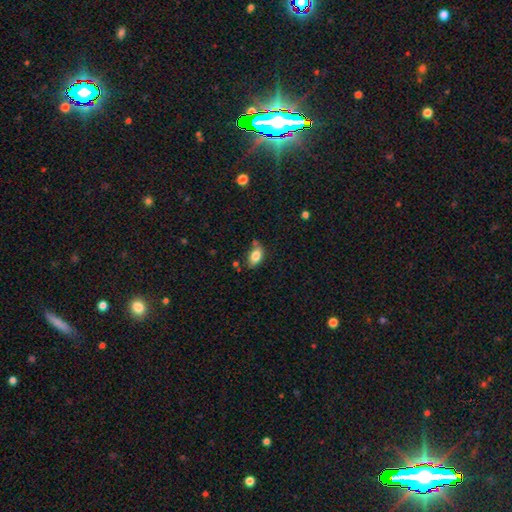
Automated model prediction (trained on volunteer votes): Overall: smooth (80%). How rounded: in between (88%). Merging: none (56%; minor disturbance 27%).